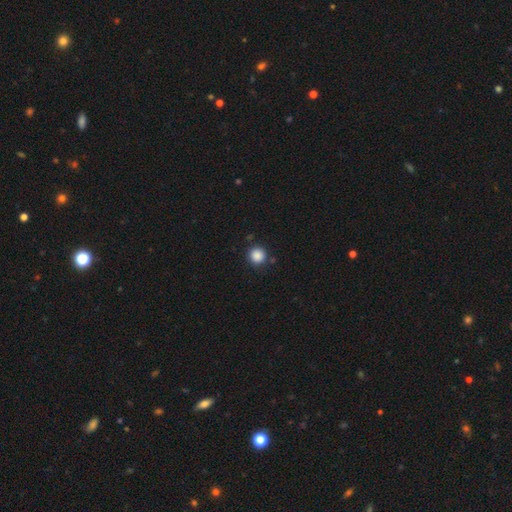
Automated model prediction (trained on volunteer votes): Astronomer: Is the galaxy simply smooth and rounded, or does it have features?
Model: smooth — 87%.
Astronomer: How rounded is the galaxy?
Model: round — 94%.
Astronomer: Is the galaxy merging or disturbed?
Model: none — 87%.